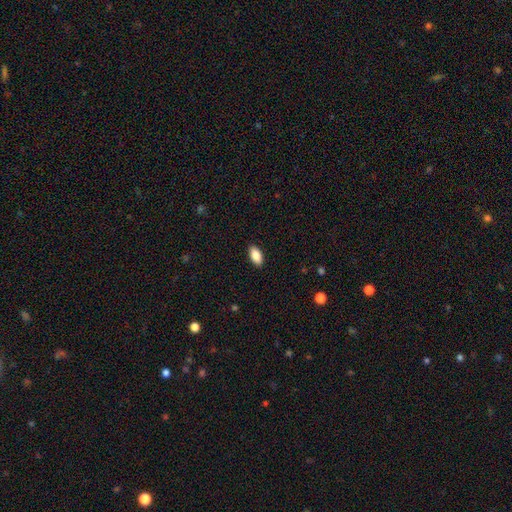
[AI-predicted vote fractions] The model was most divided on "smooth or featured": smooth: 87%, star or artifact: 7%, featured or disk: 6%. More confident: how rounded — in between (92%); merging — none (89%).